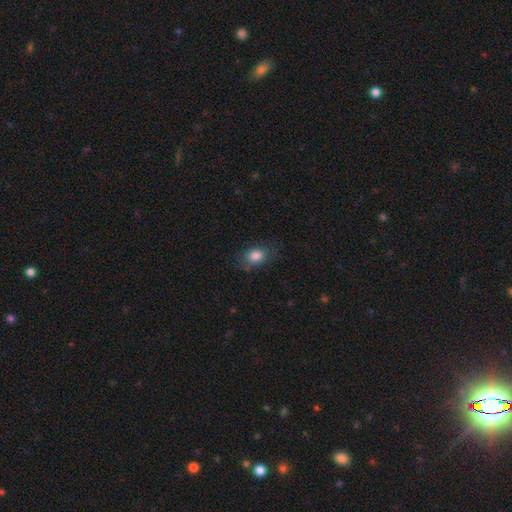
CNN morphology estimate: This is clearly a smooth galaxy (84%). How rounded: likely in between (74%). Merging: likely none (76%).